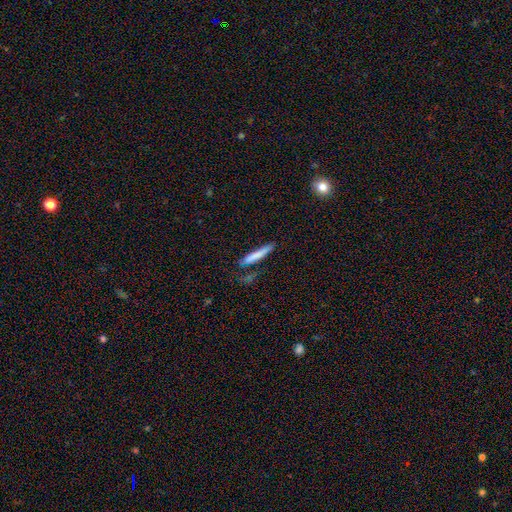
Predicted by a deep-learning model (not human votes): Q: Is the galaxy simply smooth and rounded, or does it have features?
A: smooth — 75%.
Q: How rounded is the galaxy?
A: cigar-shaped — 93%.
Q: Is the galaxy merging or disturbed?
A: none — 70%.